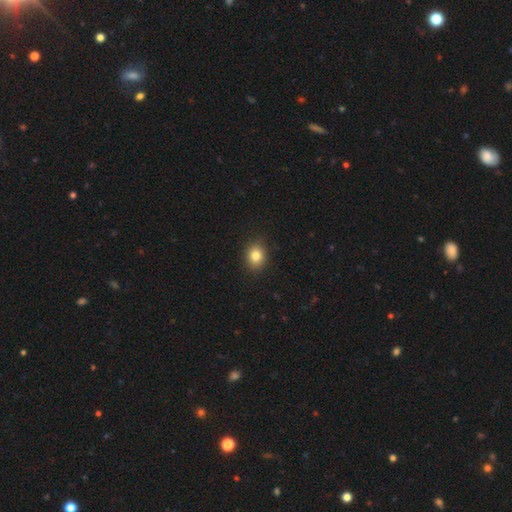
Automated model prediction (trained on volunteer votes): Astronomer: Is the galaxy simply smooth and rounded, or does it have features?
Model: smooth — 82%.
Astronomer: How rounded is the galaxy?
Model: round — 57% (runner-up: in between, 42%).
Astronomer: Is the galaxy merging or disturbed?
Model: none — 88%.